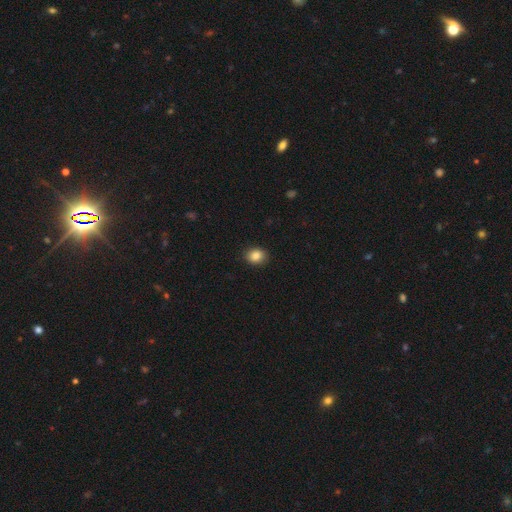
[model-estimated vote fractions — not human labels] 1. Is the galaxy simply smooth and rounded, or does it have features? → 86% smooth, 9% star or artifact, 5% featured or disk.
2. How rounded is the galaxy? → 55% round, 44% in between, 1% cigar-shaped.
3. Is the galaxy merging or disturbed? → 90% none, 7% minor disturbance, 2% major disturbance, 1% merger.